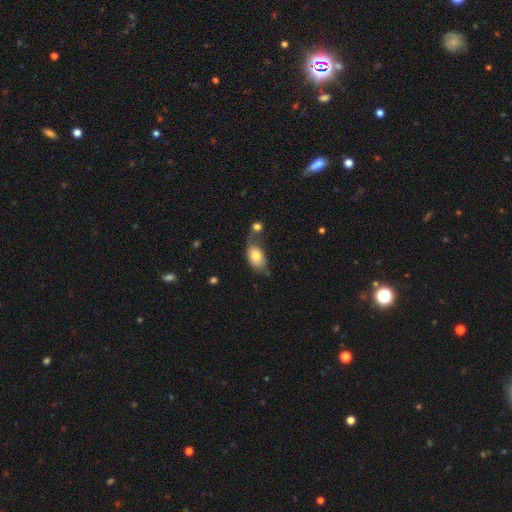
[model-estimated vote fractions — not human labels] smooth-or-featured: smooth: 76% | featured or disk: 18% | star or artifact: 7%
  how-rounded: in between: 88% | round: 11% | cigar-shaped: 2%
  merging: merger: 37% | none: 30% | minor disturbance: 17% | major disturbance: 15%